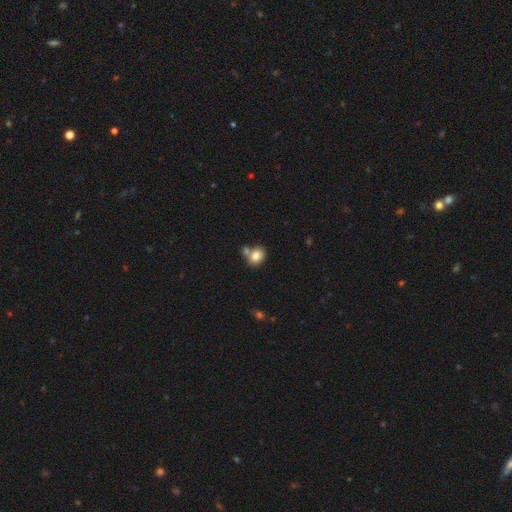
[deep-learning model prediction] Smooth or featured?
  - smooth: 80% *
  - featured or disk: 10%
  - star or artifact: 9%
How rounded?
  - round: 52% *
  - in between: 47%
  - cigar-shaped: 1%
Merging?
  - none: 48% *
  - merger: 35%
  - minor disturbance: 13%
  - major disturbance: 4%